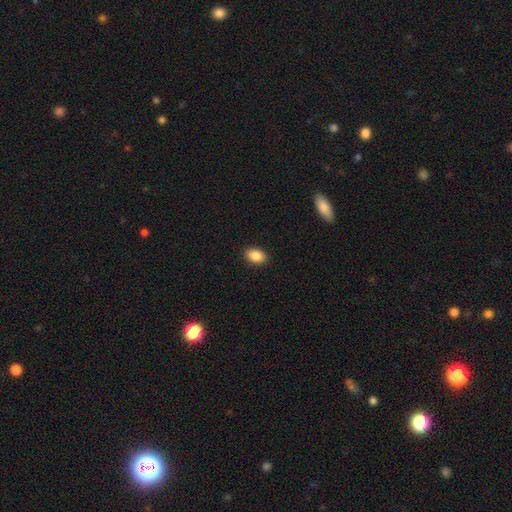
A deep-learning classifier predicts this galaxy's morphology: type=smooth (87%); roundness=in between (85%); merging=none (90%).